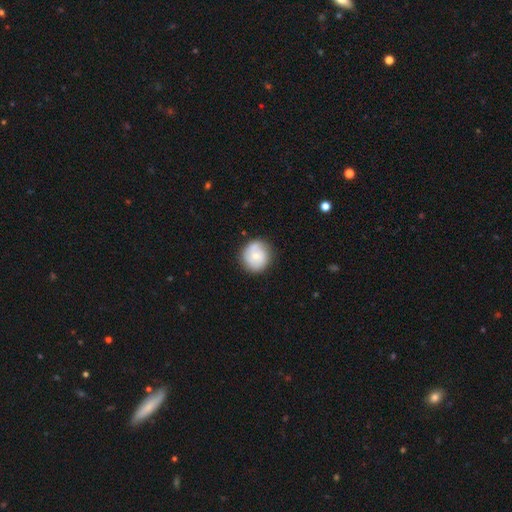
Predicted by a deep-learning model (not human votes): A smooth galaxy with no disk features (58%) that is round (90%). Merging: none (80%).